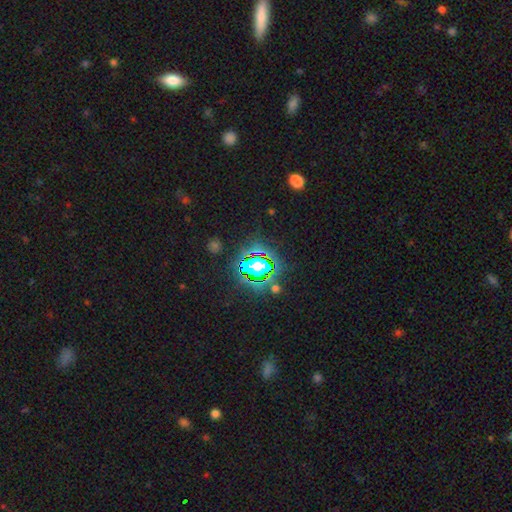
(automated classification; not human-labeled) smooth-or-featured: star or artifact: 73% | smooth: 17% | featured or disk: 10%